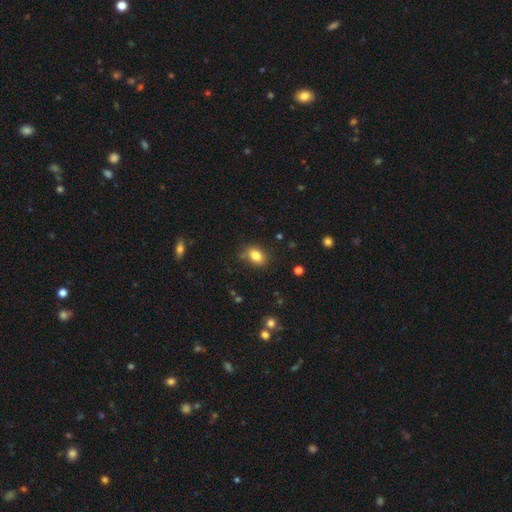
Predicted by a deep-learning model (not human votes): smooth_or_featured: smooth (p=0.82) [alt: star or artifact p=0.10]
how_rounded: in between (p=0.72) [alt: round p=0.26]
merging: none (p=0.81) [alt: minor disturbance p=0.13]